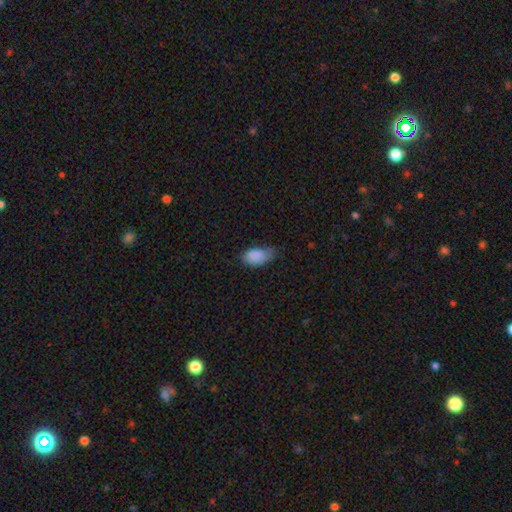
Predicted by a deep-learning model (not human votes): This appears to be a smooth galaxy with no disk features (86%) that is in between round and cigar-shaped (93%). Merging: none (45%).